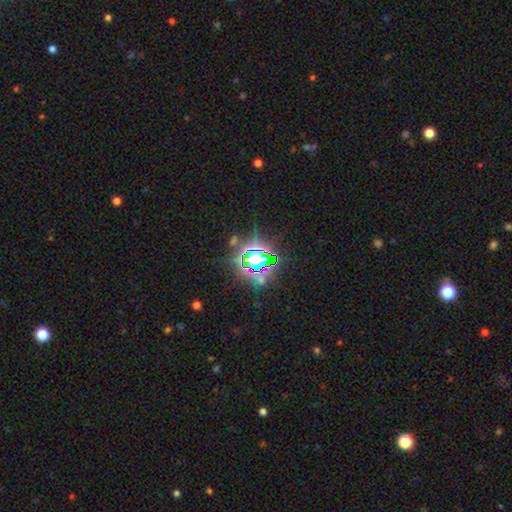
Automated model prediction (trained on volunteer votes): A star or artifact, not a galaxy (74%).